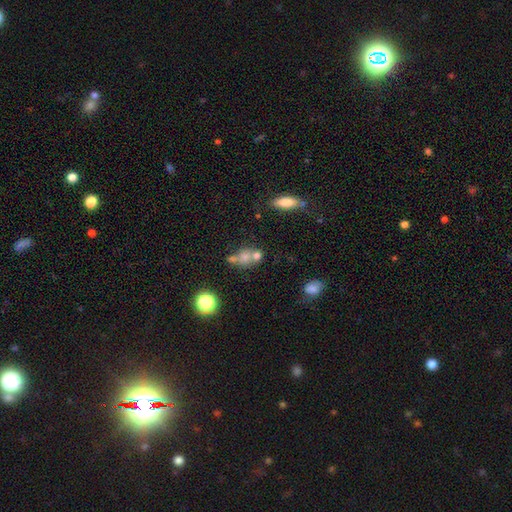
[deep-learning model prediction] smooth 64%, featured or disk 20%, star or artifact 16%. Down the decision tree: how rounded — round (61%); merging — merger (48%).